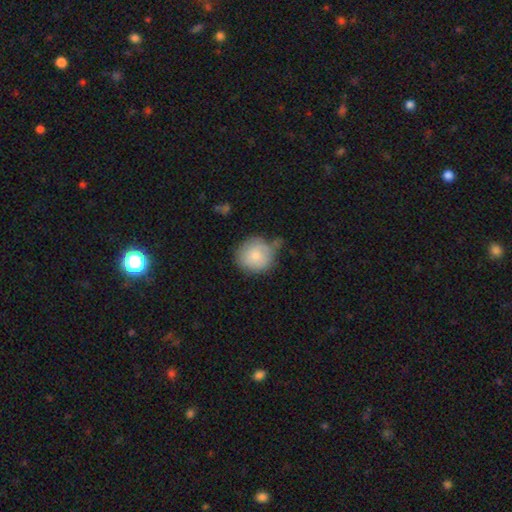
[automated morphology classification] smooth 81%, featured or disk 12%, star or artifact 6%. Down the decision tree: how rounded — round (88%); merging — none (50%).